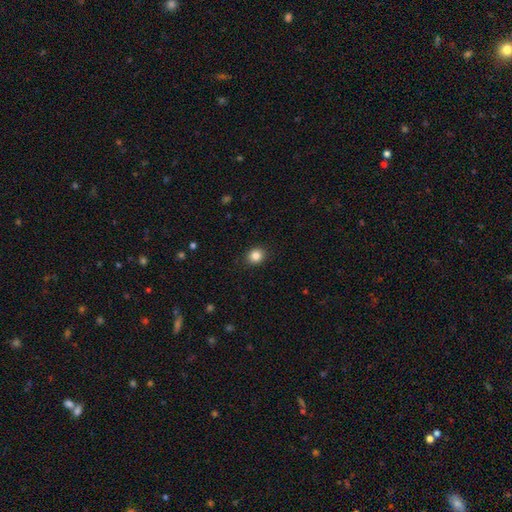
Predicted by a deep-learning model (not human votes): smooth_or_featured: smooth (p=0.85) [alt: star or artifact p=0.10]
how_rounded: round (p=0.72) [alt: in between p=0.27]
merging: none (p=0.90) [alt: minor disturbance p=0.07]